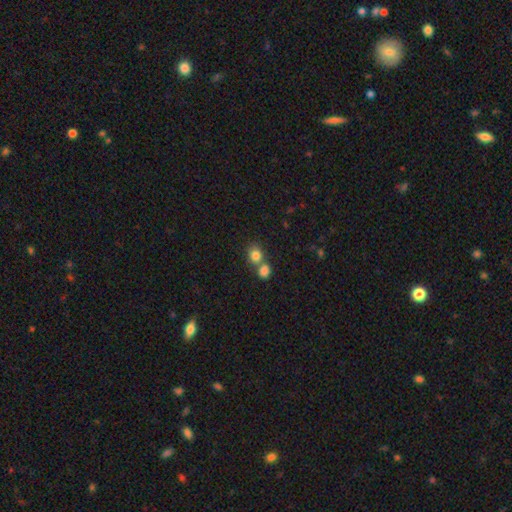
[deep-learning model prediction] Overall: smooth (82%). How rounded: round (70%). Merging: merger (45%; none 44%).